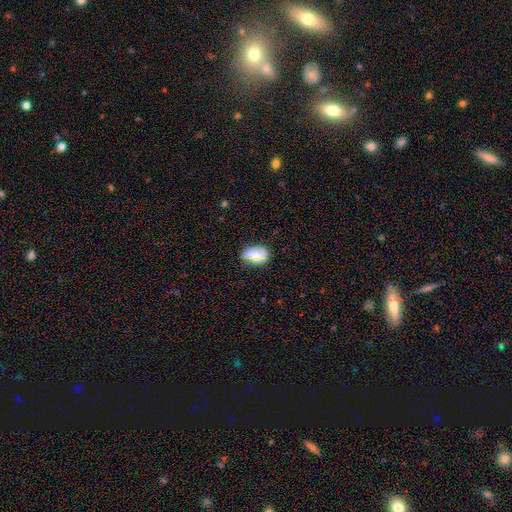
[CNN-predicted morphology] Smooth or featured?
  - smooth: 61% *
  - featured or disk: 20%
  - star or artifact: 18%
How rounded?
  - in between: 68% *
  - round: 28%
  - cigar-shaped: 3%
Merging?
  - none: 80% *
  - minor disturbance: 14%
  - major disturbance: 4%
  - merger: 2%